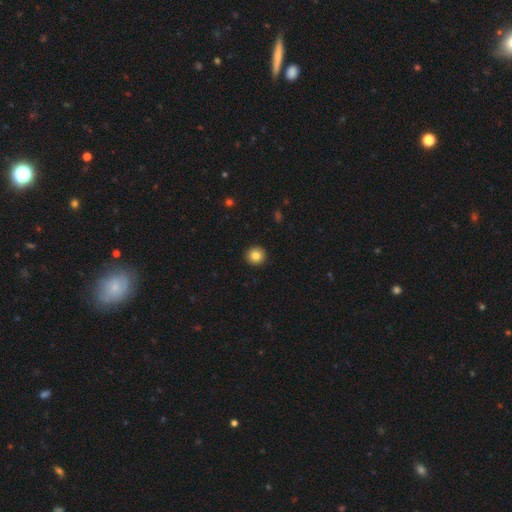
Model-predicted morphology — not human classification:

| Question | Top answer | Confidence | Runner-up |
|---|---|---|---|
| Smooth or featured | smooth | 83% | star or artifact (9%) |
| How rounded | round | 93% | in between (6%) |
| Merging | none | 93% | minor disturbance (5%) |